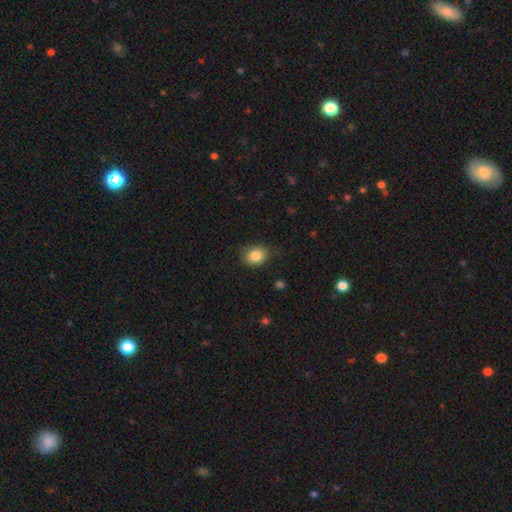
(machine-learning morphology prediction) smooth-or-featured: smooth: 84% | star or artifact: 10% | featured or disk: 7%
  how-rounded: round: 52% | in between: 47% | cigar-shaped: 1%
  merging: none: 78% | minor disturbance: 17% | major disturbance: 4% | merger: 1%